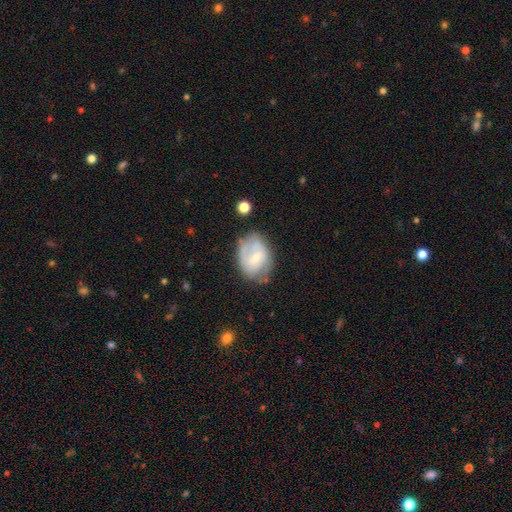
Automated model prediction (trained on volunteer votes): Smooth or featured: featured or disk — 56% (smooth — 37%)
Edge-on disk: no — 97% (yes — 3%)
Bar: weak — 52% (no — 34%)
Spiral arms: yes — 72% (no — 28%)
Bulge size: small — 58% (moderate — 32%)
Merging: none — 59% (minor disturbance — 26%)